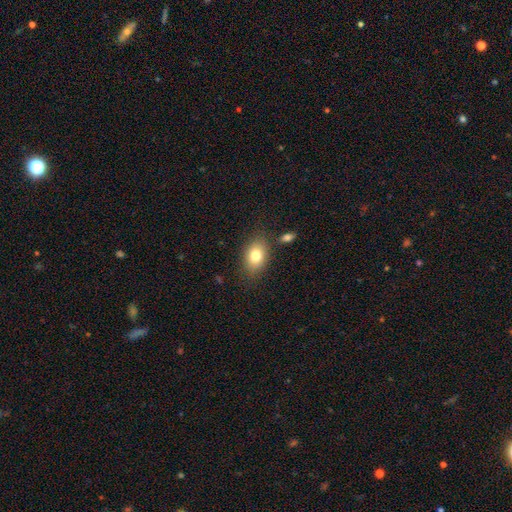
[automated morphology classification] Smooth or featured? Predicted: smooth (p=0.79). How rounded? Predicted: in between (p=0.78). Merging? Predicted: none (p=0.79).